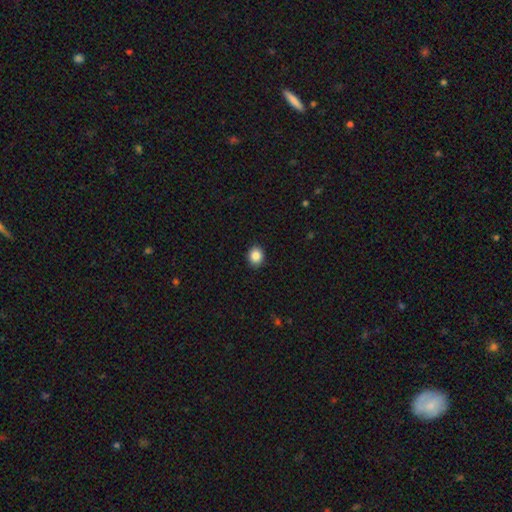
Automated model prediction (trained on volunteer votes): smooth 87%, star or artifact 9%, featured or disk 4%. Down the decision tree: how rounded — round (61%); merging — none (91%).